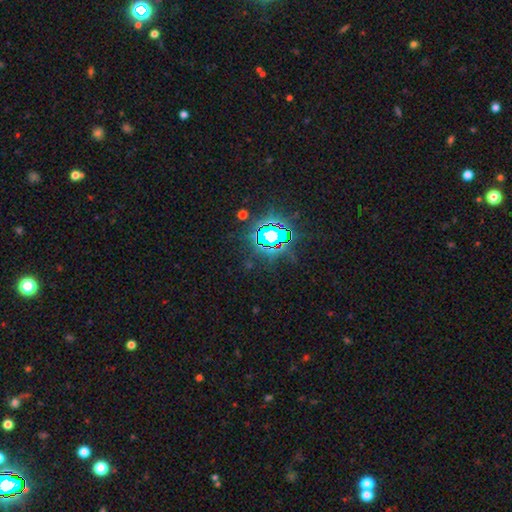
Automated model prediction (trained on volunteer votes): smooth-or-featured: star or artifact: 83% | smooth: 10% | featured or disk: 7%